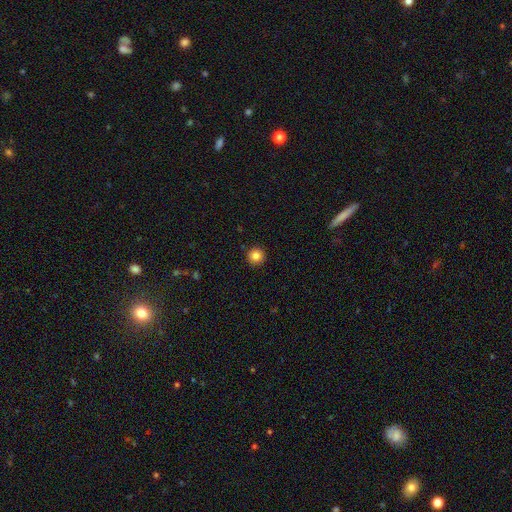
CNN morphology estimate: This appears to be a smooth galaxy with no disk features (84%) that is round (96%). Merging: none (93%).